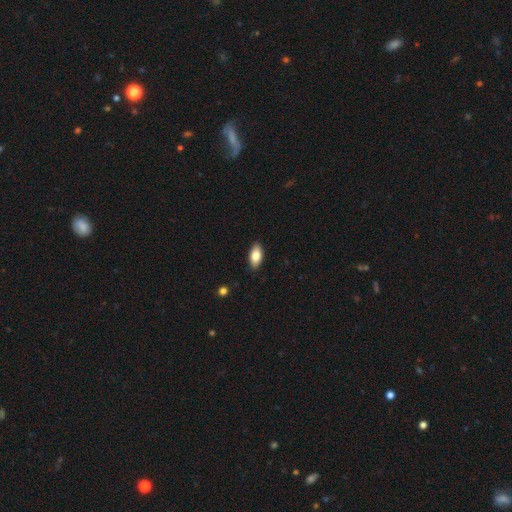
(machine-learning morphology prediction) smooth-or-featured: smooth: 80% | featured or disk: 13% | star or artifact: 7%
  how-rounded: in between: 90% | cigar-shaped: 6% | round: 3%
  merging: none: 89% | minor disturbance: 8% | major disturbance: 2% | merger: 1%